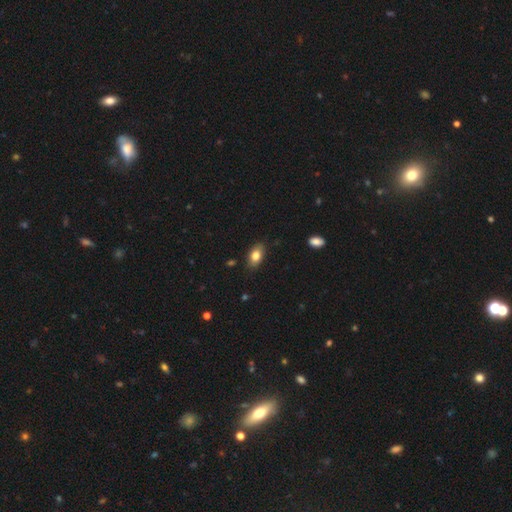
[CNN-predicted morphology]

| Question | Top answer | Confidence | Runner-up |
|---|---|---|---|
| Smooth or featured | smooth | 81% | featured or disk (11%) |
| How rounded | in between | 90% | round (7%) |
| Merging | none | 83% | minor disturbance (13%) |